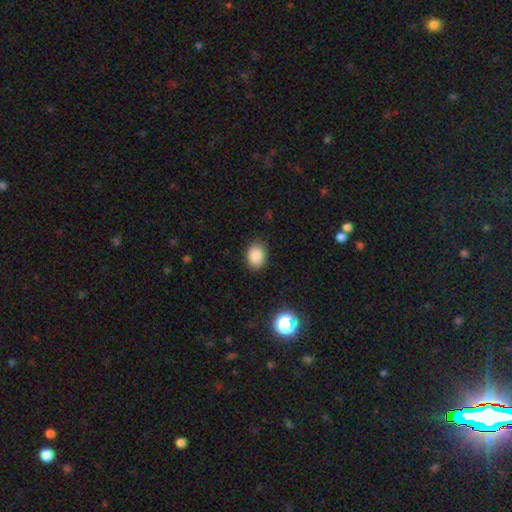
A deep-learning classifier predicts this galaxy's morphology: This appears to be a smooth galaxy with no disk features (85%) that is in between round and cigar-shaped (55%). Merging: none (87%).